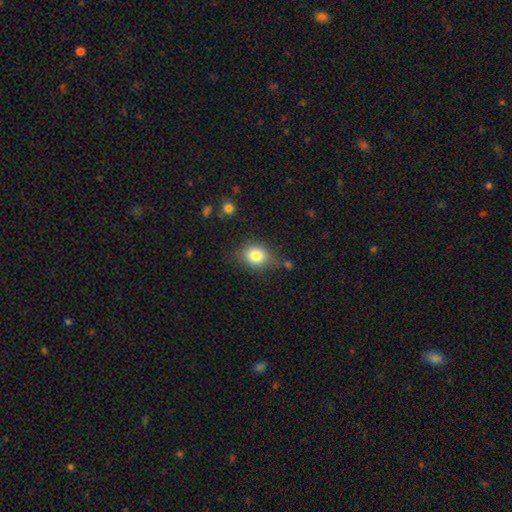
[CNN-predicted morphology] smooth_or_featured: smooth (p=0.82) [alt: star or artifact p=0.10]
how_rounded: round (p=0.59) [alt: in between p=0.39]
merging: none (p=0.71) [alt: minor disturbance p=0.20]